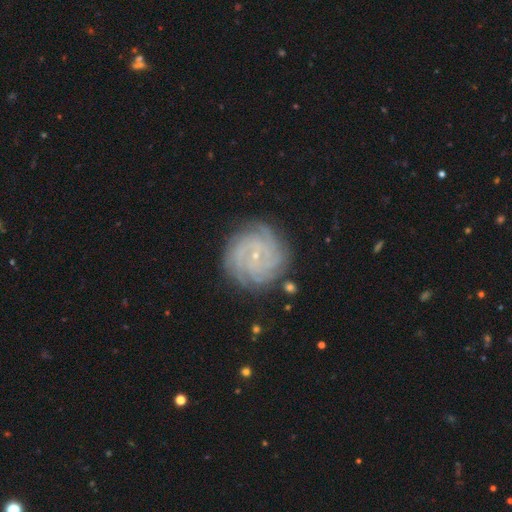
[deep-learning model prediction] Smooth or featured? featured or disk (85%)
Edge-on disk? no (98%)
Bar? no (71%)
Spiral arms? yes (97%)
Spiral winding? tight (81%)
Spiral arm count? 4 (29%)
Bulge size? small (86%)
Merging? none (83%)